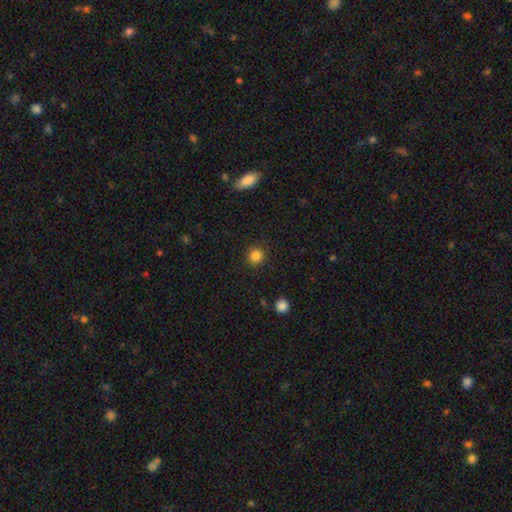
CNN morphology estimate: Smooth or featured? smooth (85%)
How rounded? round (92%)
Merging? none (90%)